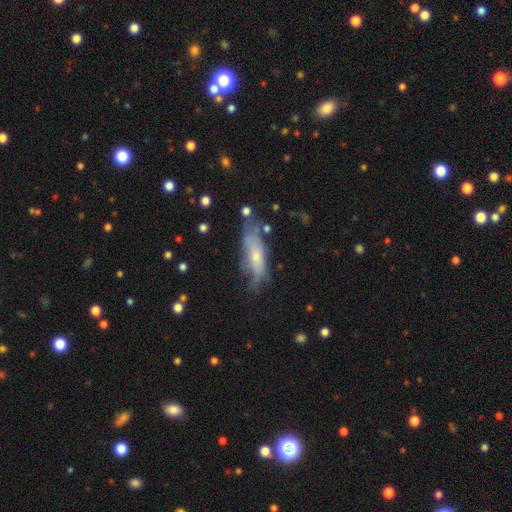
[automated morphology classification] The model was most divided on "how rounded": in between: 54%, cigar-shaped: 43%, round: 2%. Remaining: smooth or featured — smooth (53%); merging — none (50%).